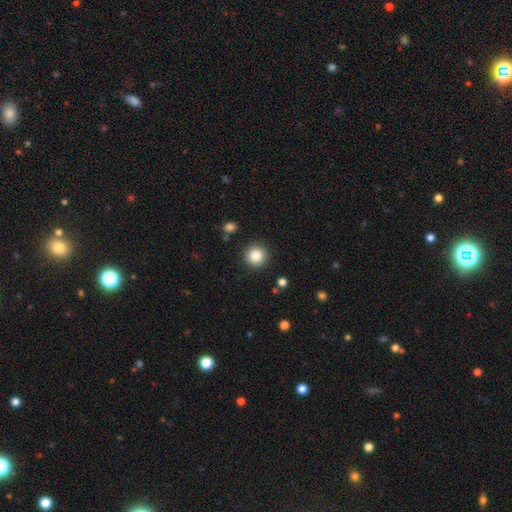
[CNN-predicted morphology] type=smooth (85%); roundness=round (95%); merging=none (90%).